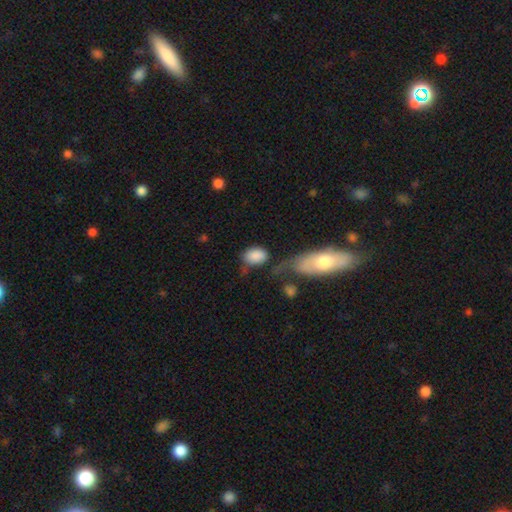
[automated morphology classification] This appears to be a smooth galaxy with no disk features (86%) that is in between round and cigar-shaped (83%). Merging: none (46%).